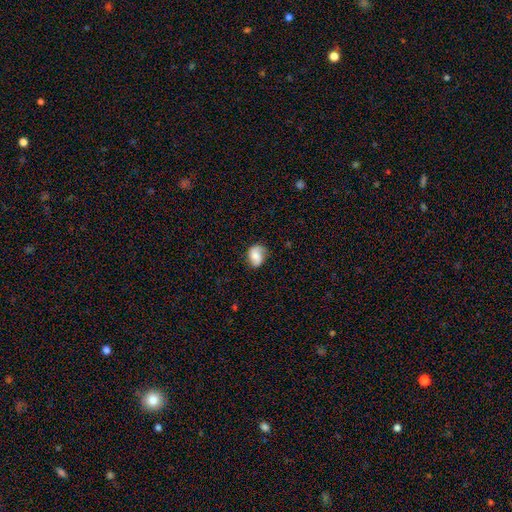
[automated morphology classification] Q: Smooth or featured?
A: smooth (51%); runner-up: featured or disk (41%)
Q: How rounded?
A: in between (61%); runner-up: round (38%)
Q: Merging?
A: none (61%); runner-up: minor disturbance (27%)